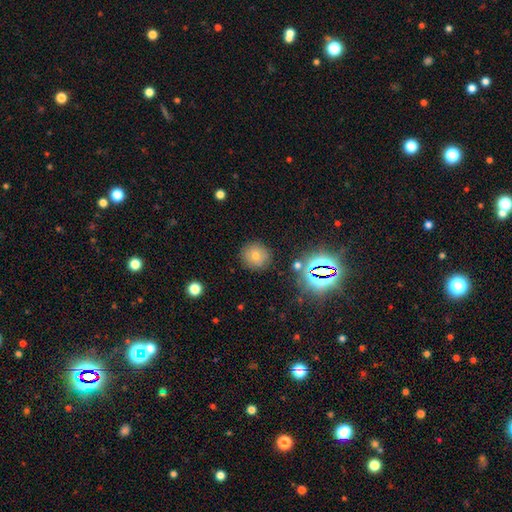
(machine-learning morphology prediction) type=smooth (53%); roundness=round (91%); merging=none (87%).